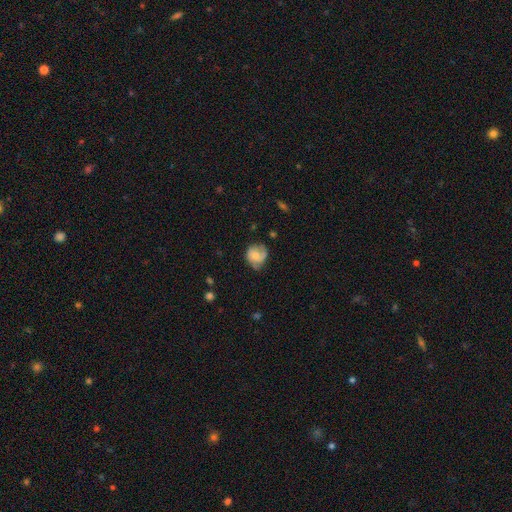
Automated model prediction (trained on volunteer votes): The model was most divided on "smooth or featured": smooth: 49%, featured or disk: 43%, star or artifact: 8%. More confident: merging — none (58%).